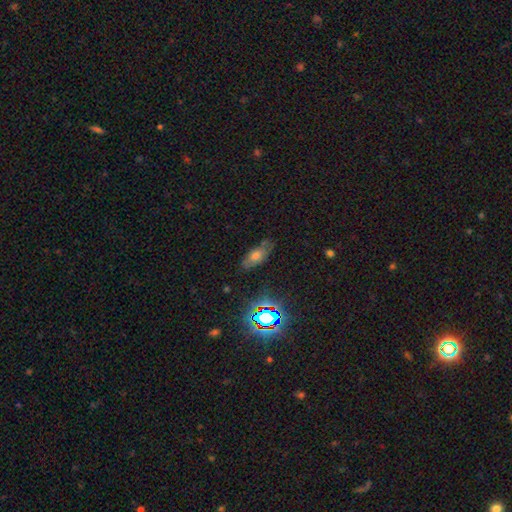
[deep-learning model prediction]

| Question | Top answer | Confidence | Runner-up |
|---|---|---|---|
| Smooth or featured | smooth | 57% | featured or disk (22%) |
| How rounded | in between | 79% | cigar-shaped (15%) |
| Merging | none | 74% | minor disturbance (18%) |